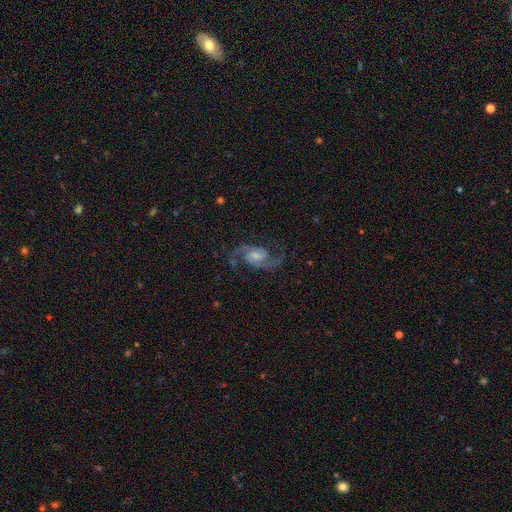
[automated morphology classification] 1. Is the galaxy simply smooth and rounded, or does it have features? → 92% featured or disk, 5% star or artifact, 3% smooth.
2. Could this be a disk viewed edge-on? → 98% no, 2% yes.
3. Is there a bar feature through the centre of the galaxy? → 47% weak, 39% no, 15% strong.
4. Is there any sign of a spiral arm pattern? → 98% yes, 2% no.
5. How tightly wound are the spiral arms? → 63% medium, 20% loose, 17% tight.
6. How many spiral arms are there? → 94% 2, 2% can't tell, 1% 3, 1% 1, 1% 4, 1% more than 4.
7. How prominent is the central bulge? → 44% small (tied), 44% moderate (tied), 7% none, 5% large, 1% dominant.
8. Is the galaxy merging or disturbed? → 81% none, 12% minor disturbance, 6% major disturbance, 1% merger.